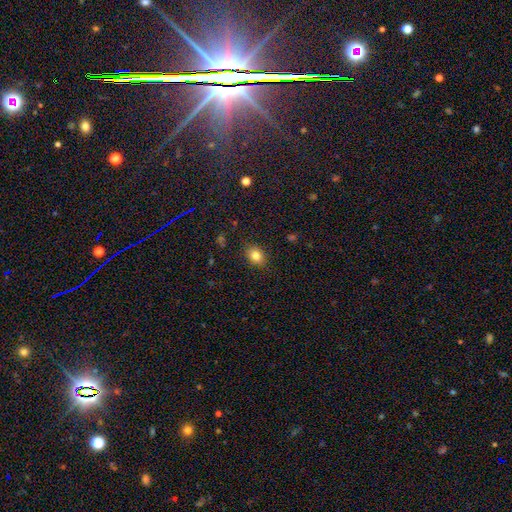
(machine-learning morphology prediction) smooth_or_featured: smooth (p=0.82) [alt: star or artifact p=0.11]
how_rounded: in between (p=0.59) [alt: round p=0.40]
merging: none (p=0.87) [alt: minor disturbance p=0.09]